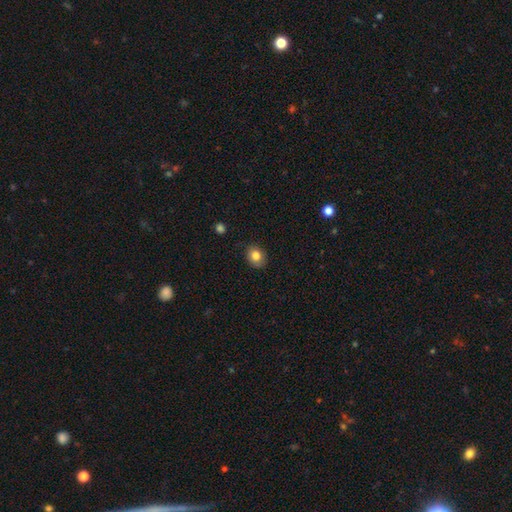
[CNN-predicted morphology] Smooth or featured? smooth (82%)
How rounded? round (55%)
Merging? none (82%)